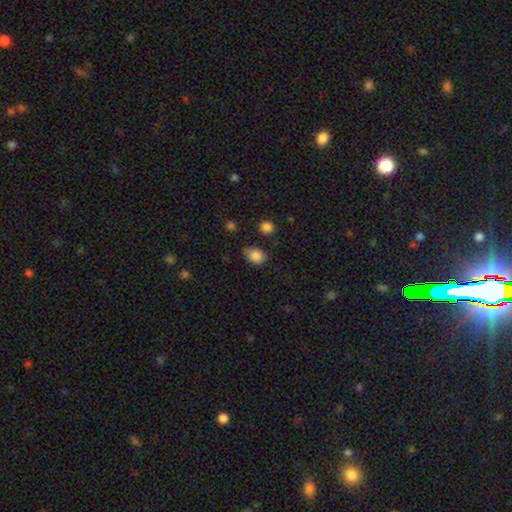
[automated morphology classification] smooth-or-featured: smooth: 85% | star or artifact: 10% | featured or disk: 5%
  how-rounded: in between: 54% | round: 45% | cigar-shaped: 1%
  merging: none: 63% | minor disturbance: 29% | major disturbance: 5% | merger: 3%